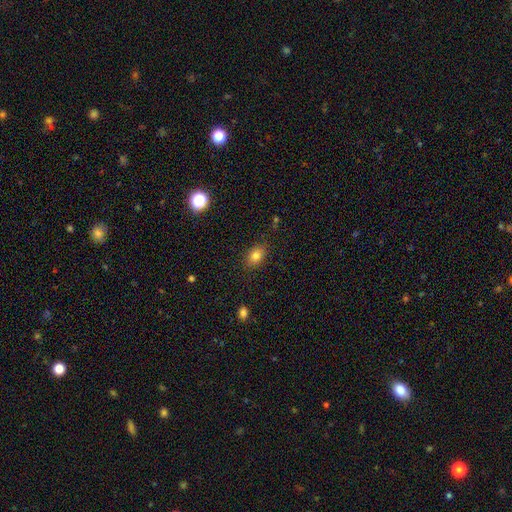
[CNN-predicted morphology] A smooth galaxy with no disk features (81%) that is in between round and cigar-shaped (74%).

Vote fractions:
- Smooth or featured? smooth: 81% / star or artifact: 11% / featured or disk: 8%
- How rounded? in between: 74% / round: 25% / cigar-shaped: 1%
- Merging? none: 86% / minor disturbance: 10% / major disturbance: 3% / merger: 1%